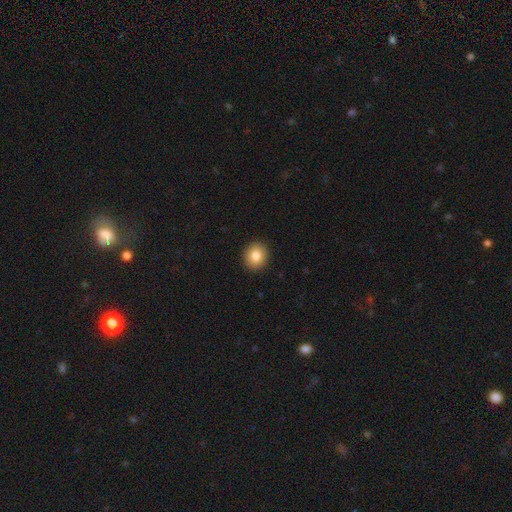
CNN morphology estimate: smooth-or-featured: smooth: 84% | star or artifact: 9% | featured or disk: 7%
  how-rounded: round: 80% | in between: 19% | cigar-shaped: 1%
  merging: none: 92% | minor disturbance: 5% | major disturbance: 2% | merger: 1%